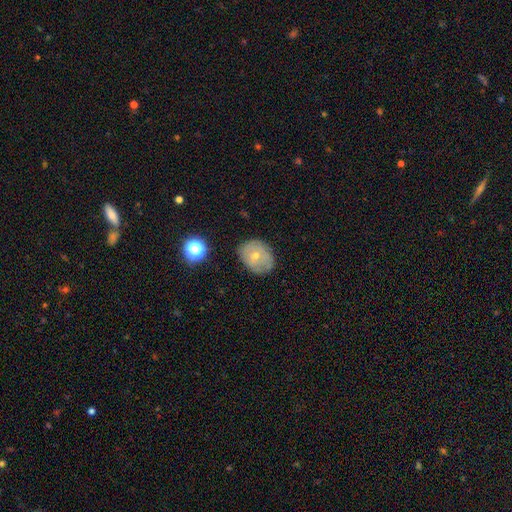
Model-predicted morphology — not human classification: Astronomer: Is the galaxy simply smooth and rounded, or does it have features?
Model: smooth — 59%.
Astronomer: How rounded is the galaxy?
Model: in between — 55% (runner-up: round, 44%).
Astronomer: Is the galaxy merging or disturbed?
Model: none — 72%.